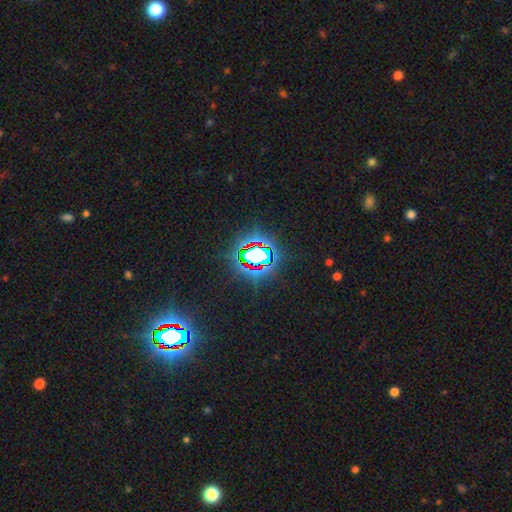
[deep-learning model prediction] smooth_or_featured: star or artifact (p=0.74) [alt: smooth p=0.16]